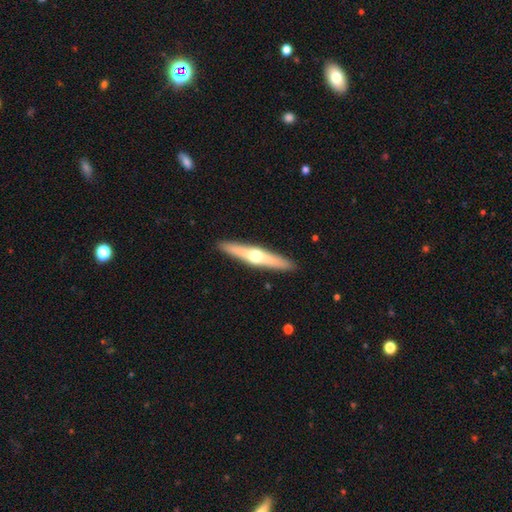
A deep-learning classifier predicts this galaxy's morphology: The model was most divided on "smooth or featured": featured or disk: 63%, smooth: 33%, star or artifact: 5%. More confident: edge-on disk — yes (96%); edge-on bulge — rounded (94%); merging — none (92%).